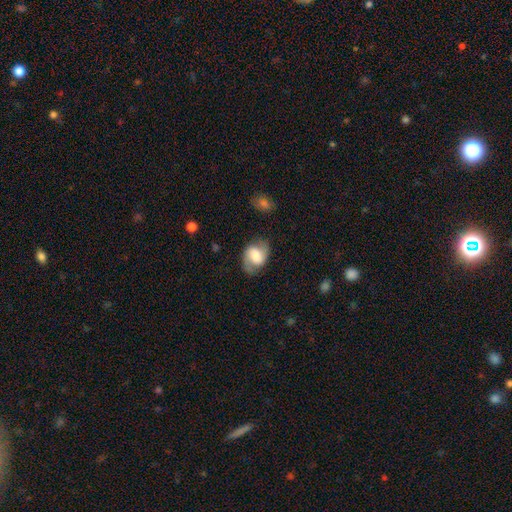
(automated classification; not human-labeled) A featured or disk galaxy (54%) with a weak bar (44%), spiral arms (85%) and a large central bulge (36%). Merging: none (69%).